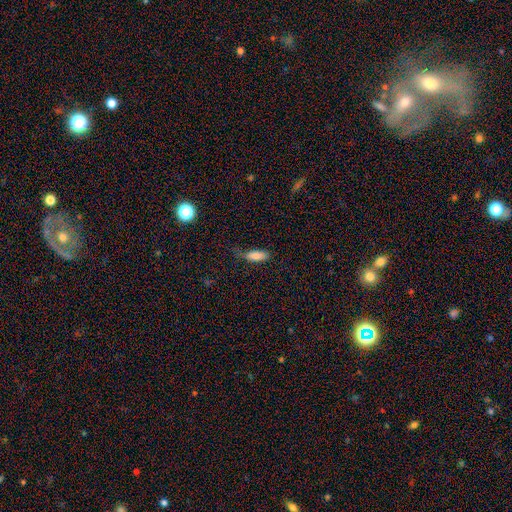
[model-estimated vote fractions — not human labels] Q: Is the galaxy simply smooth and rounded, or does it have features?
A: smooth — 82%.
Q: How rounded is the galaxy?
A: in between — 65%.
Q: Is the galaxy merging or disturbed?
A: none — 58%.